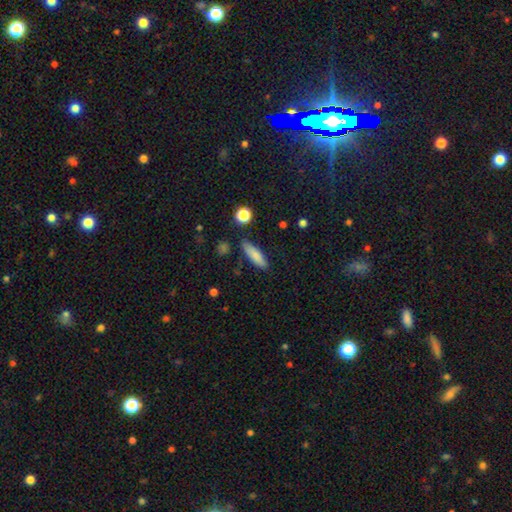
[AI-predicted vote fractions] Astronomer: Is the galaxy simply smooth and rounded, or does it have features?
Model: smooth — 82%.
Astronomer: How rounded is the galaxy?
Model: cigar-shaped — 56% (runner-up: in between, 41%).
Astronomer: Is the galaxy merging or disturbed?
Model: none — 81%.